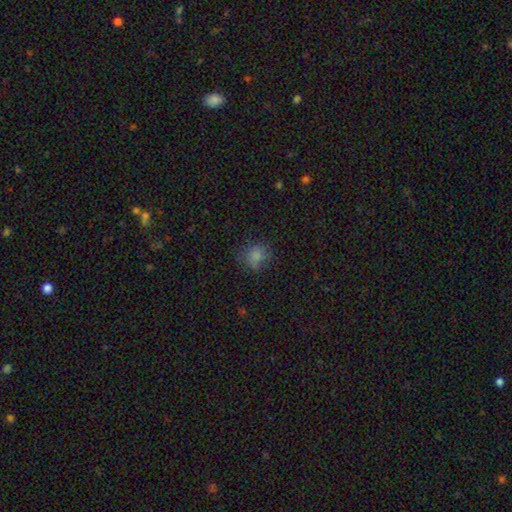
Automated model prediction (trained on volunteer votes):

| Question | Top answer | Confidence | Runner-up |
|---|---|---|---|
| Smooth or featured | smooth | 76% | star or artifact (15%) |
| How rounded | round | 79% | in between (20%) |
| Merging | none | 71% | minor disturbance (18%) |